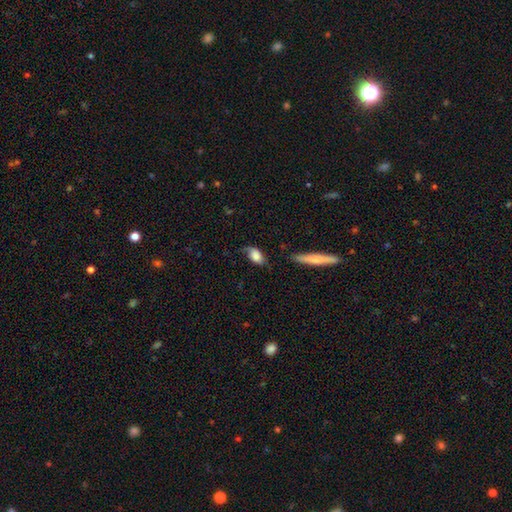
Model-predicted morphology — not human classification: Smooth or featured: smooth — 68% (featured or disk — 24%)
How rounded: in between — 86% (round — 10%)
Merging: none — 47% (minor disturbance — 33%)